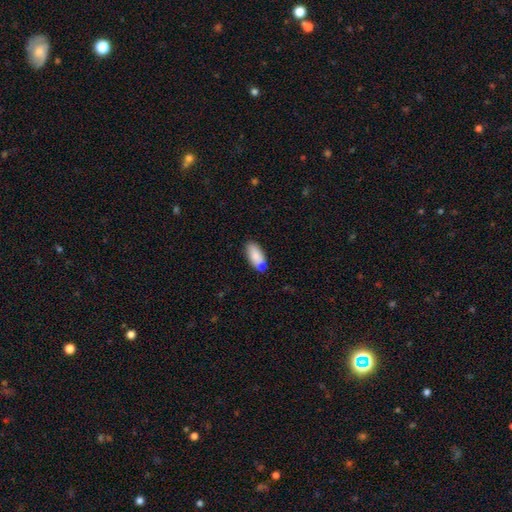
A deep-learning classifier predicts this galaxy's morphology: smooth 86%, featured or disk 8%, star or artifact 6%. Down the decision tree: how rounded — in between (83%); merging — none (87%).